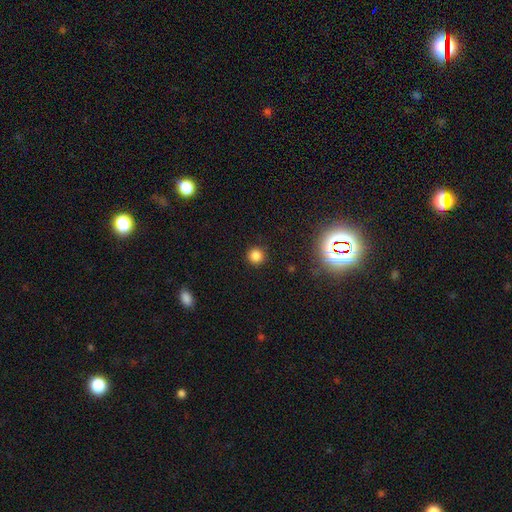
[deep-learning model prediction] The model was most divided on "smooth or featured": smooth: 82%, star or artifact: 15%, featured or disk: 4%. More confident: how rounded — round (95%); merging — none (91%).